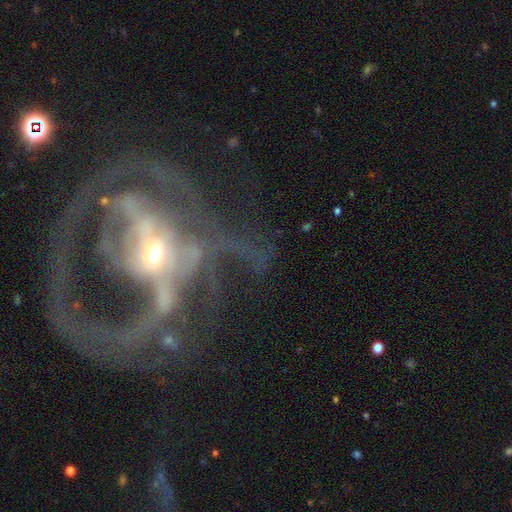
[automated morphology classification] smooth_or_featured: featured or disk (p=0.69) [alt: star or artifact p=0.19]
disk_edge_on: no (p=0.90) [alt: yes p=0.10]
bar: no (p=0.57) [alt: weak p=0.25]
has_spiral_arms: yes (p=0.53) [alt: no p=0.47]
bulge_size: small (p=0.47) [alt: moderate p=0.44]
merging: major disturbance (p=0.49) [alt: none p=0.28]